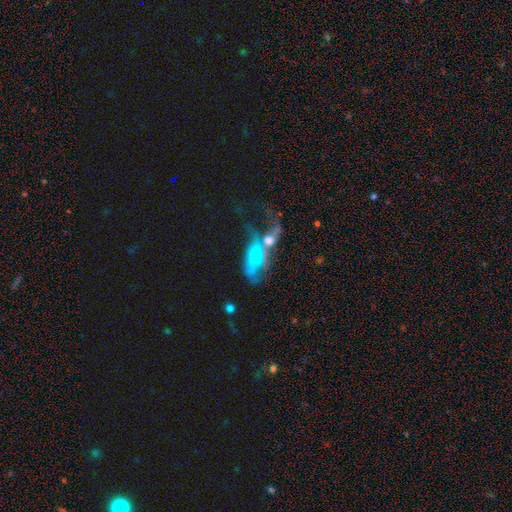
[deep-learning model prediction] Smooth or featured: featured or disk — 44% (smooth — 41%)
Merging: merger — 40% (major disturbance — 25%)